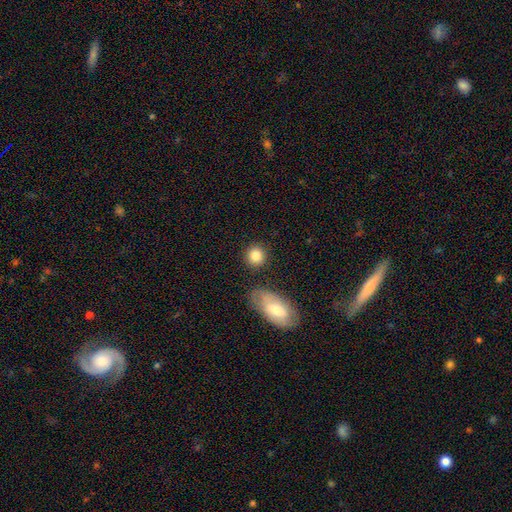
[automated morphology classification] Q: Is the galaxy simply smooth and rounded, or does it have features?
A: smooth — 84%.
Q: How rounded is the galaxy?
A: round — 82%.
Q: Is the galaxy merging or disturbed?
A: none — 81%.